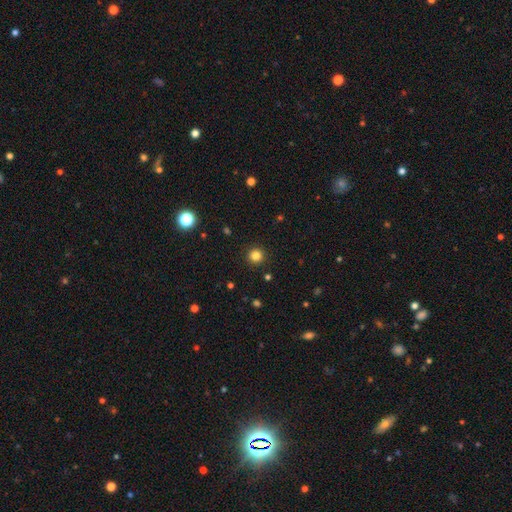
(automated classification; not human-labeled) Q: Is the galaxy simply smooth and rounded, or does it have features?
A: smooth — 83%.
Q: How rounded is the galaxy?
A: round — 95%.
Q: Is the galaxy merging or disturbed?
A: none — 93%.